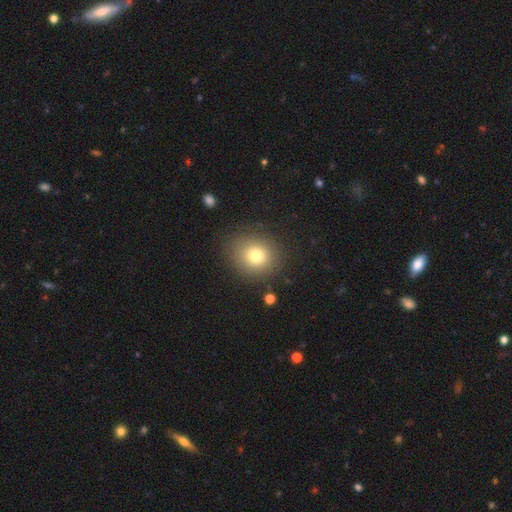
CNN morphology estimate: The model was most divided on "how rounded": round: 80%, in between: 19%, cigar-shaped: 1%. More confident: merging — none (85%); smooth or featured — smooth (76%).